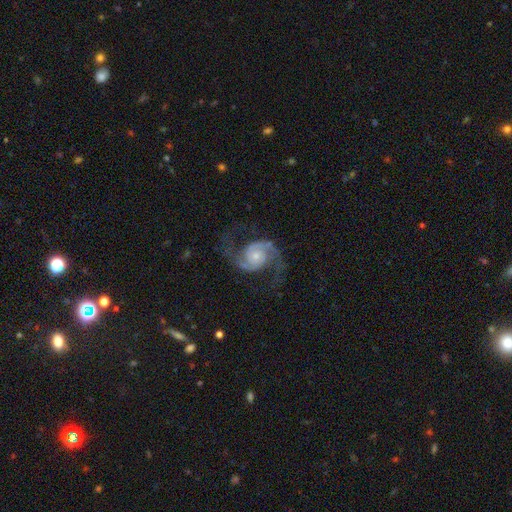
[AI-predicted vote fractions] A featured or disk galaxy (92%) with no bar (71%), 2 (94%) medium (53%) spiral arms (98%) and a small central bulge (56%). Merging: none (74%).